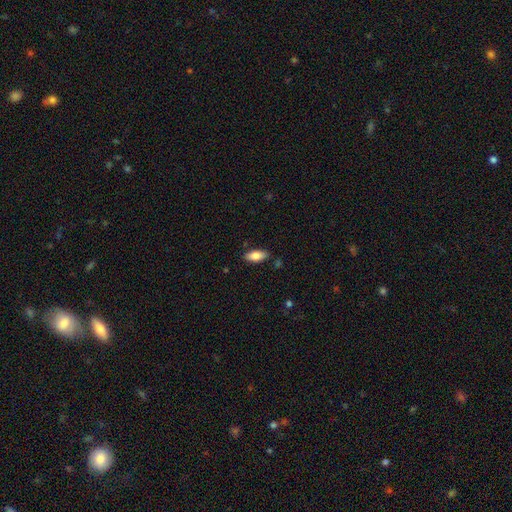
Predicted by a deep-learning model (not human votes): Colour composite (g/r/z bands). It shows a smooth galaxy with no disk features (82%) that is in between round and cigar-shaped (86%). Merging: none (85%).